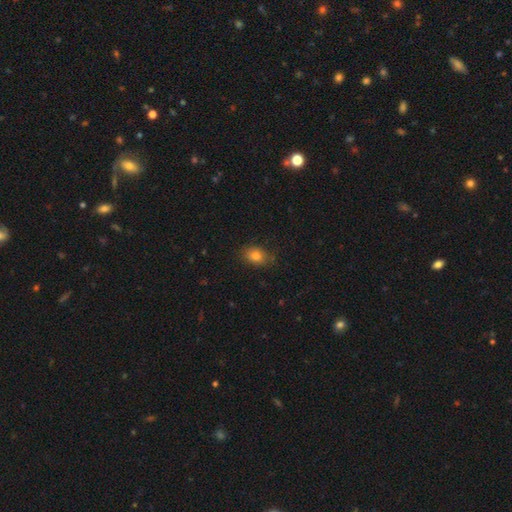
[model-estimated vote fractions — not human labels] Smooth or featured? smooth (81%)
How rounded? in between (69%)
Merging? none (81%)